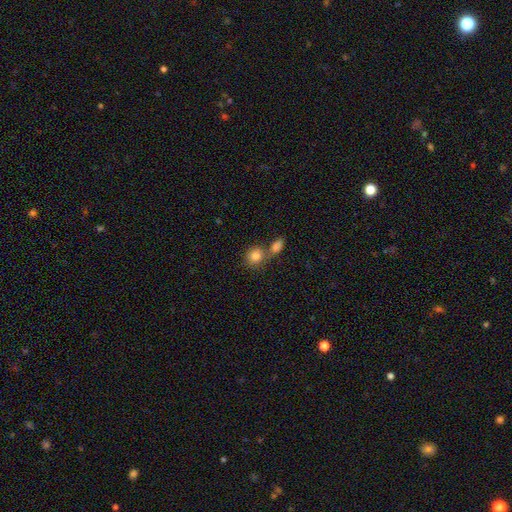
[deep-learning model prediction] Smooth or featured?
  - smooth: 83% *
  - star or artifact: 9%
  - featured or disk: 7%
How rounded?
  - round: 74% *
  - in between: 25%
  - cigar-shaped: 1%
Merging?
  - none: 49% *
  - merger: 38%
  - minor disturbance: 9%
  - major disturbance: 3%